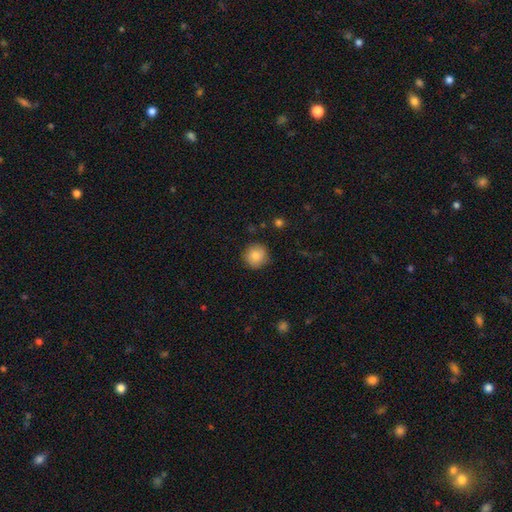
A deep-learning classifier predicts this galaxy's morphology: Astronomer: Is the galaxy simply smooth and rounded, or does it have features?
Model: smooth — 83%.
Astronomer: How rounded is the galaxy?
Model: round — 93%.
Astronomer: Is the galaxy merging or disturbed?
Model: none — 87%.